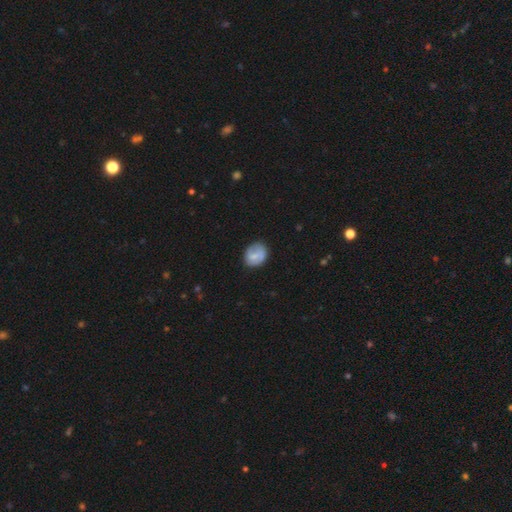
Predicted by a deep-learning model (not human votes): smooth-or-featured: smooth: 65% | featured or disk: 28% | star or artifact: 7%
  how-rounded: round: 60% | in between: 38% | cigar-shaped: 1%
  merging: none: 75% | minor disturbance: 18% | major disturbance: 5% | merger: 2%